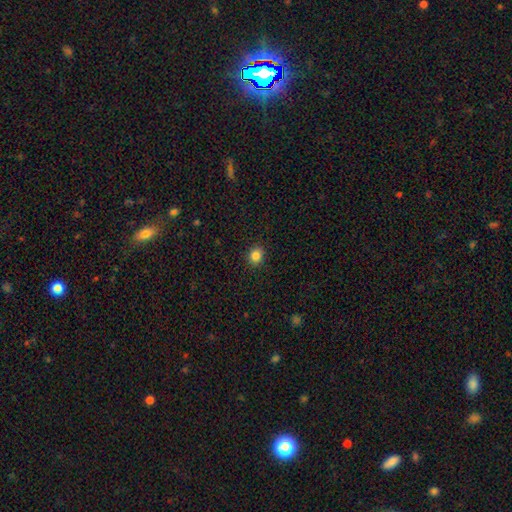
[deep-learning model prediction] Smooth or featured?
  - smooth: 84% *
  - star or artifact: 11%
  - featured or disk: 4%
How rounded?
  - round: 73% *
  - in between: 26%
  - cigar-shaped: 1%
Merging?
  - none: 91% *
  - minor disturbance: 6%
  - major disturbance: 2%
  - merger: 1%